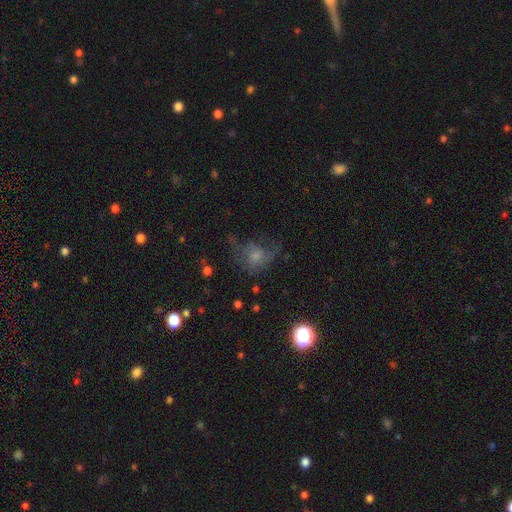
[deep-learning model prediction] smooth-or-featured: smooth: 42% | featured or disk: 33% | star or artifact: 25%
  merging: none: 46% | major disturbance: 29% | minor disturbance: 22% | merger: 2%